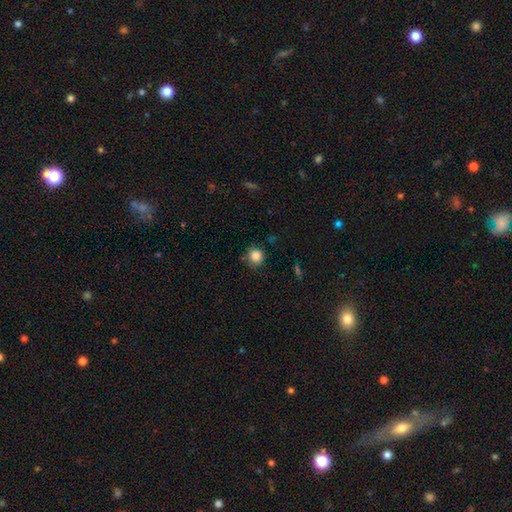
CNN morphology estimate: This is clearly a smooth galaxy (85%). How rounded: clearly round (92%). Merging: clearly none (82%).